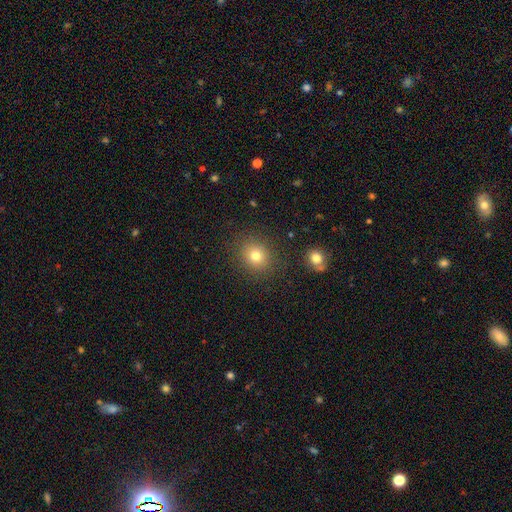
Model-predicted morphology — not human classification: smooth 77%, star or artifact 14%, featured or disk 9%. Down the decision tree: how rounded — round (74%); merging — none (85%).